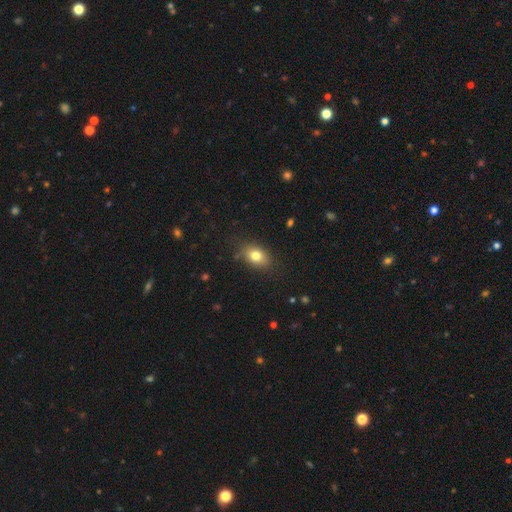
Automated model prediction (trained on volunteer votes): Overall: smooth (79%). How rounded: in between (75%). Merging: none (80%).